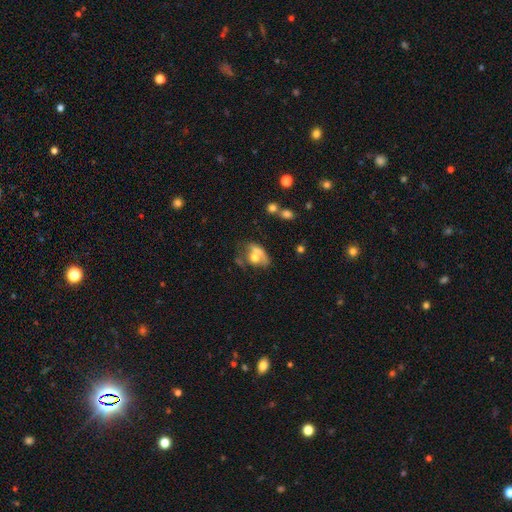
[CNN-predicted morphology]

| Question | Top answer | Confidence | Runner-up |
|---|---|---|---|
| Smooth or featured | smooth | 52% | featured or disk (37%) |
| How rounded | in between | 68% | round (29%) |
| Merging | merger | 48% | none (21%) |